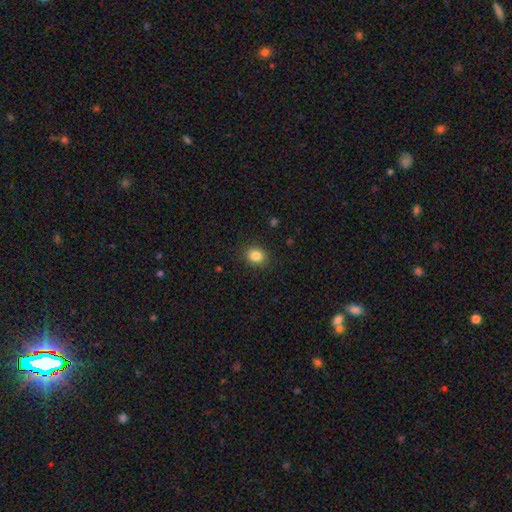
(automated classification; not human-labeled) Smooth or featured? smooth (84%)
How rounded? round (66%)
Merging? none (89%)